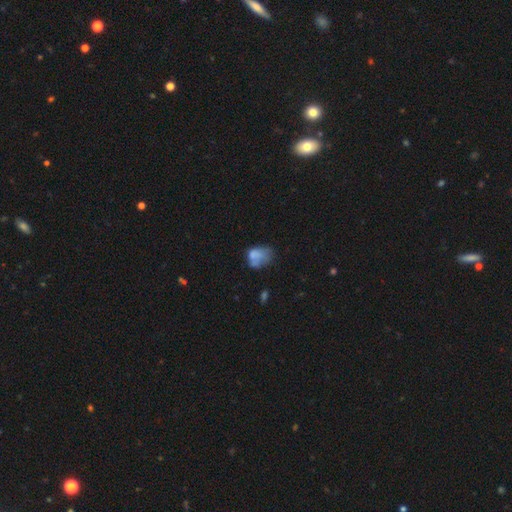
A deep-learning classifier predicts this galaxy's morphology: Smooth or featured? smooth (66%)
How rounded? in between (70%)
Merging? minor disturbance (31%, tied with none)